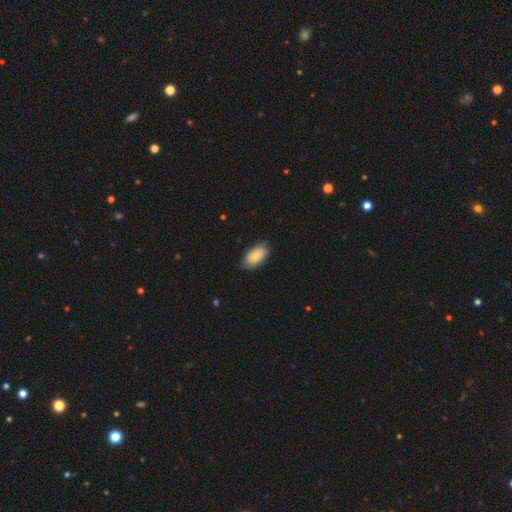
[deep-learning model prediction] Smooth or featured? smooth (76%)
How rounded? in between (94%)
Merging? none (79%)